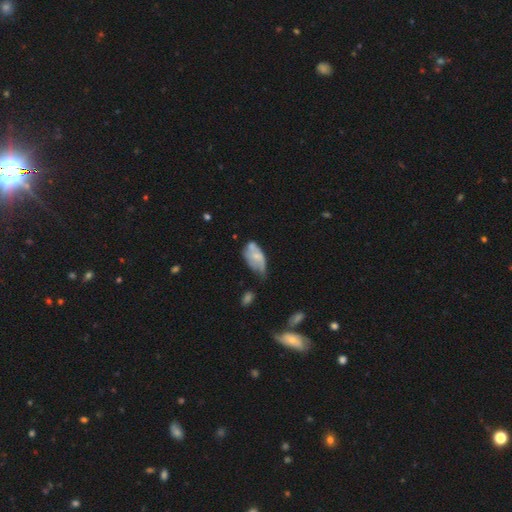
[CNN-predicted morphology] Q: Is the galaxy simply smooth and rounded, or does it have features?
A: smooth — 54%.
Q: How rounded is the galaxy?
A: in between — 91%.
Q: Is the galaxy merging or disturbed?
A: minor disturbance — 37%.